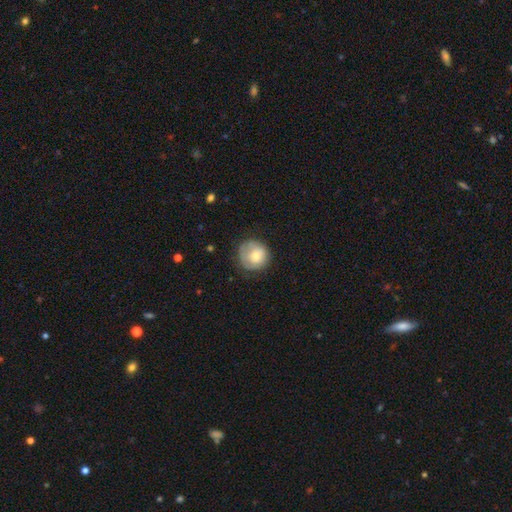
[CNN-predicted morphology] A smooth galaxy with no disk features (67%) that is round (89%).

Vote fractions:
- Smooth or featured? smooth: 67% / featured or disk: 26% / star or artifact: 8%
- How rounded? round: 89% / in between: 10% / cigar-shaped: 1%
- Merging? none: 65% / minor disturbance: 24% / major disturbance: 10% / merger: 2%